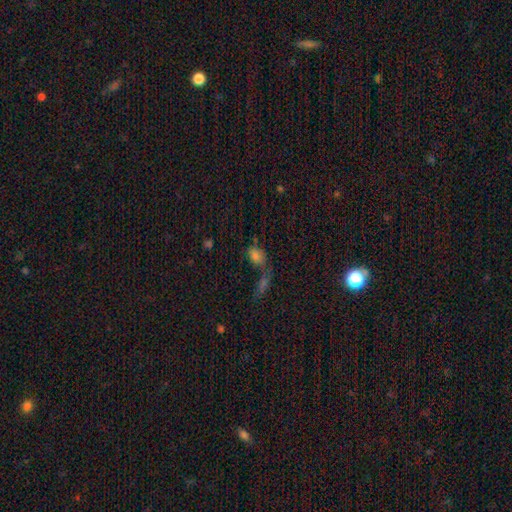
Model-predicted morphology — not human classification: smooth 69%, star or artifact 21%, featured or disk 10%. Down the decision tree: how rounded — in between (81%); merging — merger (43%).